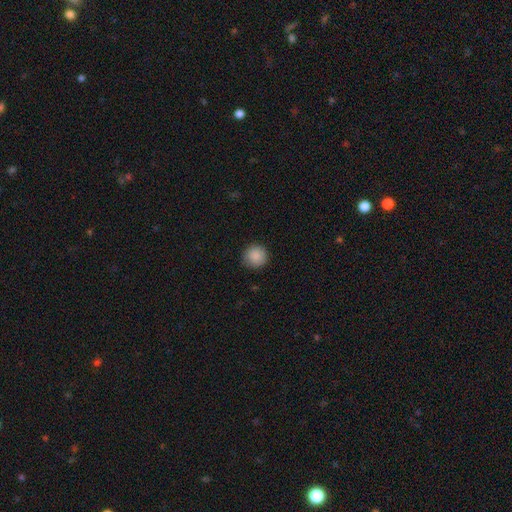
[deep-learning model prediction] smooth_or_featured: smooth (p=0.89) [alt: star or artifact p=0.08]
how_rounded: round (p=0.95) [alt: in between p=0.04]
merging: none (p=0.89) [alt: minor disturbance p=0.08]